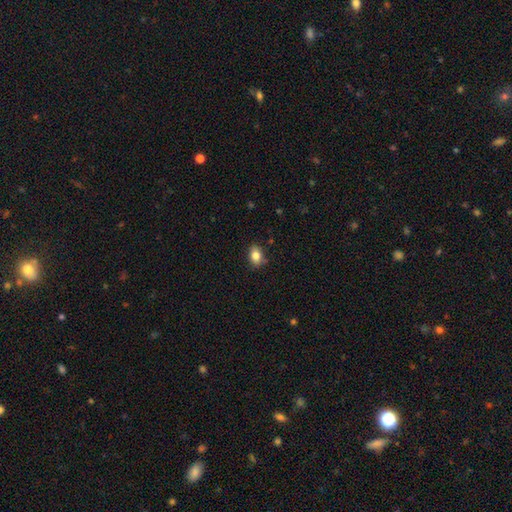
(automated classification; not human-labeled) Morphology: type=smooth (83%); roundness=in between (76%); merging=none (80%).